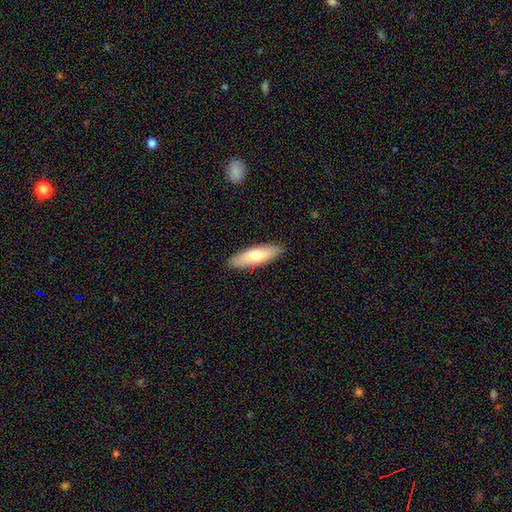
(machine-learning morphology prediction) smooth-or-featured: smooth: 70% | featured or disk: 25% | star or artifact: 6%
  how-rounded: cigar-shaped: 53% | in between: 45% | round: 2%
  merging: none: 89% | minor disturbance: 8% | major disturbance: 2% | merger: 1%